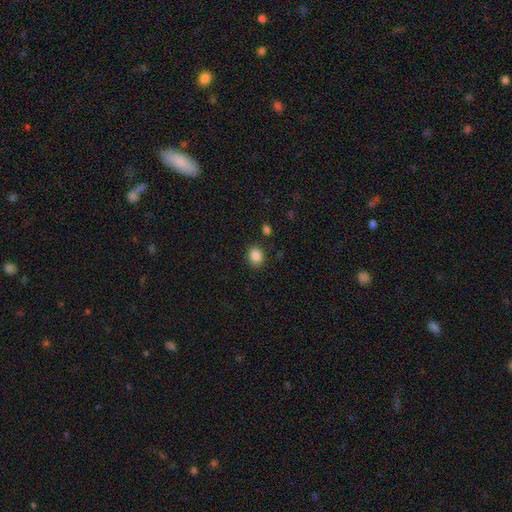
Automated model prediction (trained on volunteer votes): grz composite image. It shows a smooth galaxy with no disk features (86%) that is round (63%). Merging: none (87%).